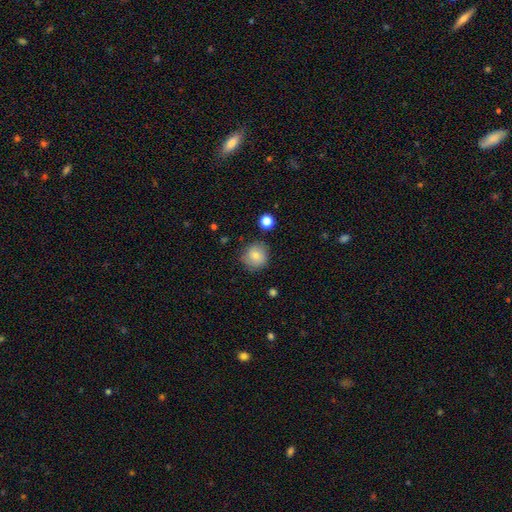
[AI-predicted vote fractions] Q: Smooth or featured?
A: smooth (80%); runner-up: featured or disk (10%)
Q: How rounded?
A: round (92%); runner-up: in between (7%)
Q: Merging?
A: none (81%); runner-up: minor disturbance (13%)